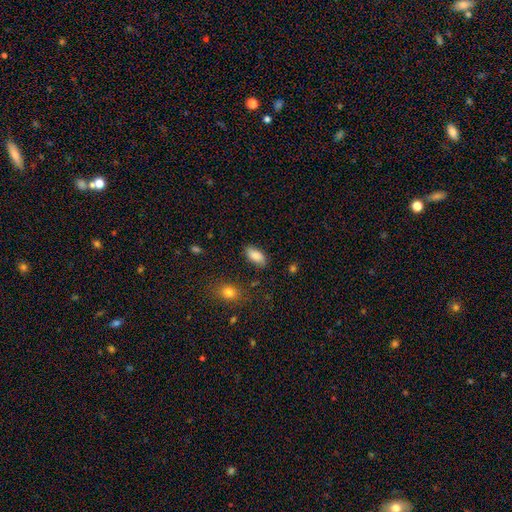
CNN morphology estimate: A smooth galaxy with no disk features (86%) that is in between round and cigar-shaped (90%).

Vote fractions:
- Smooth or featured? smooth: 86% / featured or disk: 7% / star or artifact: 7%
- How rounded? in between: 90% / cigar-shaped: 8% / round: 3%
- Merging? none: 83% / minor disturbance: 12% / major disturbance: 3% / merger: 2%